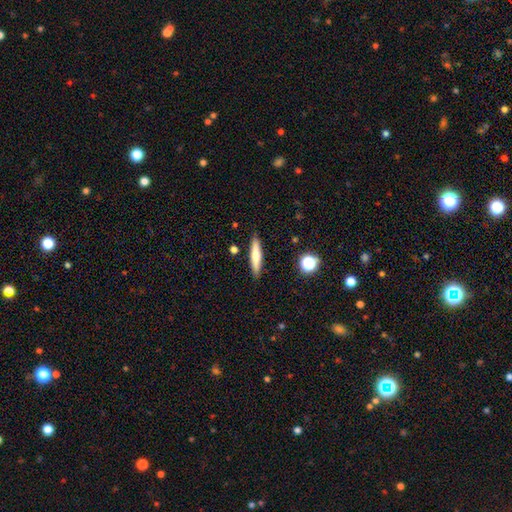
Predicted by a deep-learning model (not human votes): Smooth or featured? smooth (61%)
How rounded? cigar-shaped (85%)
Merging? none (88%)